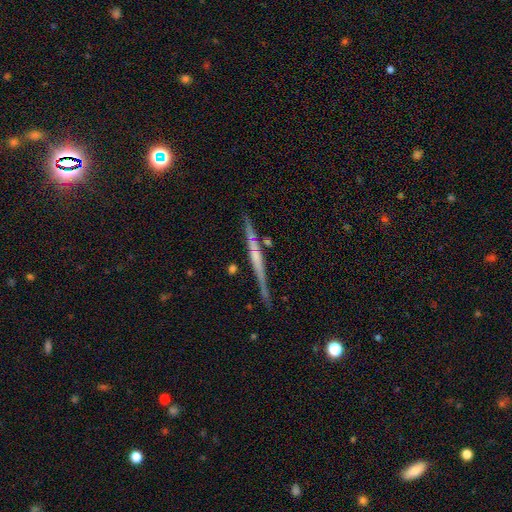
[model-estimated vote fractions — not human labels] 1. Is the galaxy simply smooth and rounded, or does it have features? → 71% featured or disk, 23% smooth, 6% star or artifact.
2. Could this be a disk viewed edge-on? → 97% yes, 3% no.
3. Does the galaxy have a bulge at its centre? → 50% none, 36% rounded, 14% boxy.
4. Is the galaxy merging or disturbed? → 82% none, 11% minor disturbance, 5% merger, 2% major disturbance.